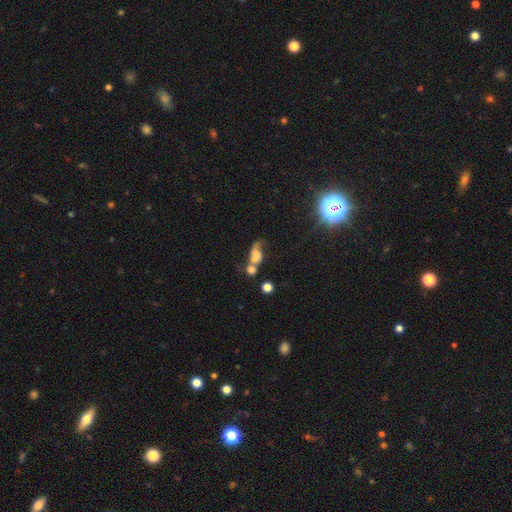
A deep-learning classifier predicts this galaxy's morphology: Q: Smooth or featured?
A: featured or disk (45%); runner-up: smooth (39%)
Q: Merging?
A: merger (48%); runner-up: major disturbance (20%)